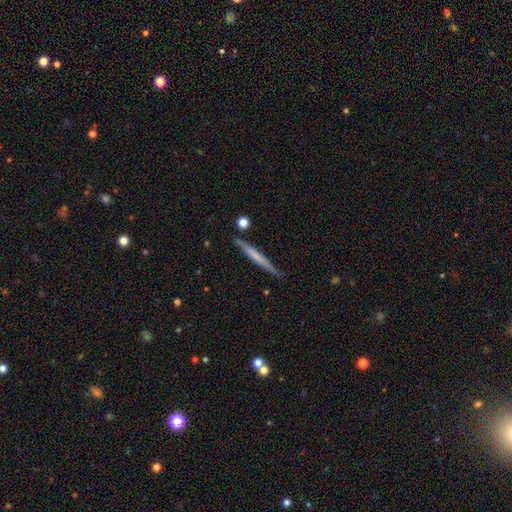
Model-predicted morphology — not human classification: smooth_or_featured: smooth (p=0.49) [alt: featured or disk p=0.46]
merging: none (p=0.85) [alt: minor disturbance p=0.11]